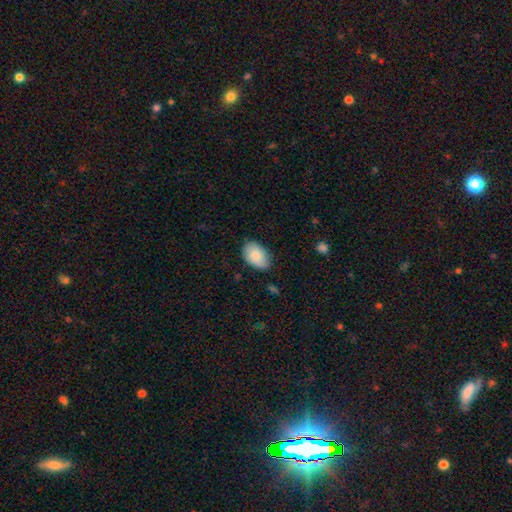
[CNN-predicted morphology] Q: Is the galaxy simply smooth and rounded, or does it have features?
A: smooth — 85%.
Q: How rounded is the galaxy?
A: in between — 90%.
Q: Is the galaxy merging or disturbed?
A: none — 77%.